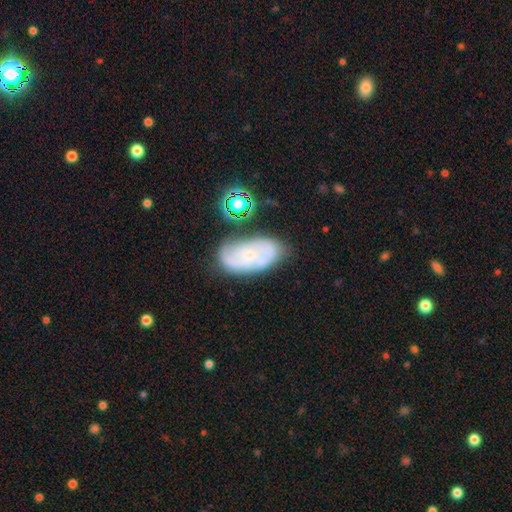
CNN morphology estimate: smooth_or_featured: featured or disk (p=0.61) [alt: smooth p=0.28]
disk_edge_on: no (p=0.94) [alt: yes p=0.06]
bar: no (p=0.72) [alt: weak p=0.23]
has_spiral_arms: yes (p=0.83) [alt: no p=0.17]
bulge_size: small (p=0.72) [alt: moderate p=0.13]
merging: none (p=0.67) [alt: minor disturbance p=0.20]